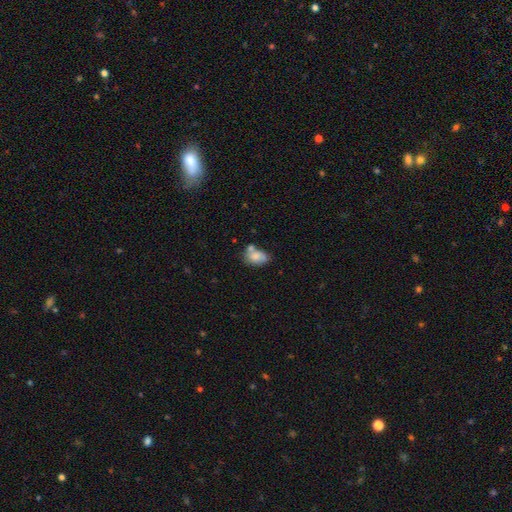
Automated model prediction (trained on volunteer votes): Smooth or featured? Predicted: smooth (p=0.77). How rounded? Predicted: in between (p=0.84). Merging? Predicted: none (p=0.41).